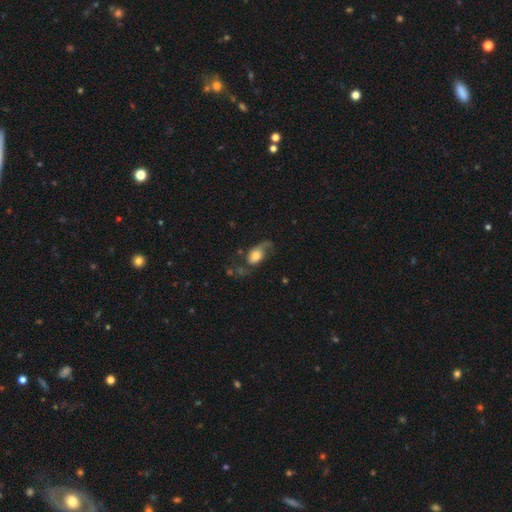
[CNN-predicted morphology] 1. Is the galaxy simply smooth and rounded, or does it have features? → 51% featured or disk, 41% smooth, 8% star or artifact.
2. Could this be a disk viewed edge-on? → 93% no, 7% yes.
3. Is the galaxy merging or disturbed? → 44% none, 28% major disturbance, 23% minor disturbance, 4% merger.